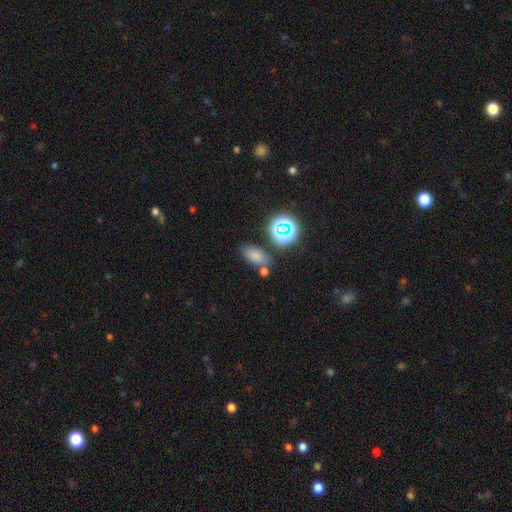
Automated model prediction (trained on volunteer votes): A smooth galaxy with no disk features (70%) that is in between round and cigar-shaped (84%).

Vote fractions:
- Smooth or featured? smooth: 70% / star or artifact: 22% / featured or disk: 8%
- How rounded? in between: 84% / round: 12% / cigar-shaped: 4%
- Merging? none: 68% / merger: 14% / minor disturbance: 13% / major disturbance: 5%